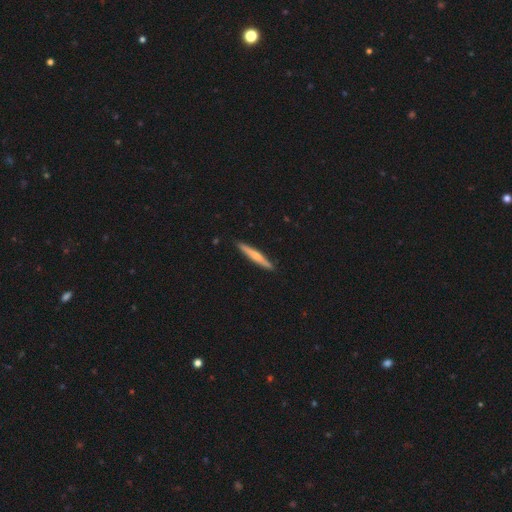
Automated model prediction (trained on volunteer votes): This is possibly a featured or disk galaxy (48%). Merging: clearly none (91%).